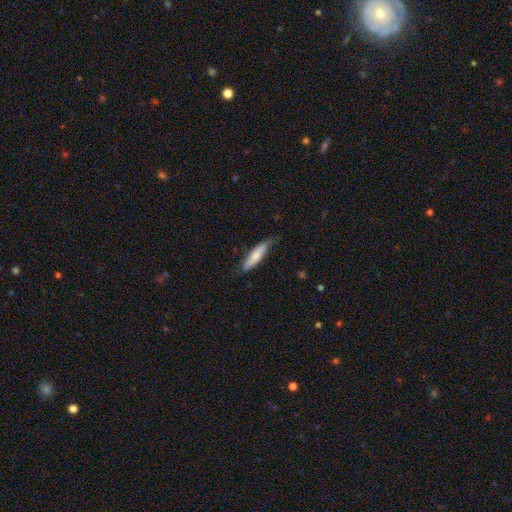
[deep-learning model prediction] A smooth galaxy with no disk features (65%) that is cigar-shaped (74%).

Vote fractions:
- Smooth or featured? smooth: 65% / featured or disk: 30% / star or artifact: 5%
- How rounded? cigar-shaped: 74% / in between: 25% / round: 2%
- Merging? none: 72% / minor disturbance: 24% / major disturbance: 3% / merger: 1%